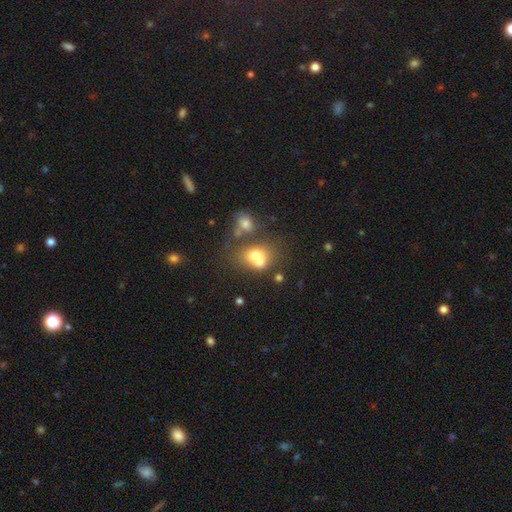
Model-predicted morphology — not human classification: Smooth or featured: smooth — 65% (featured or disk — 22%)
How rounded: round — 52% (in between — 47%)
Merging: merger — 52% (none — 28%)